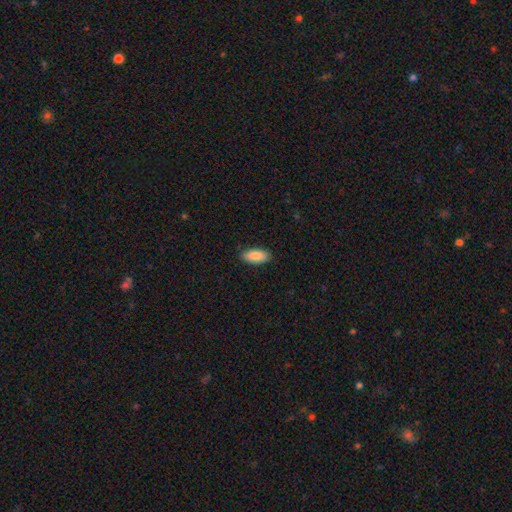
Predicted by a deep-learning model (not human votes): Morphology: type=smooth (88%); roundness=in between (89%); merging=none (87%).